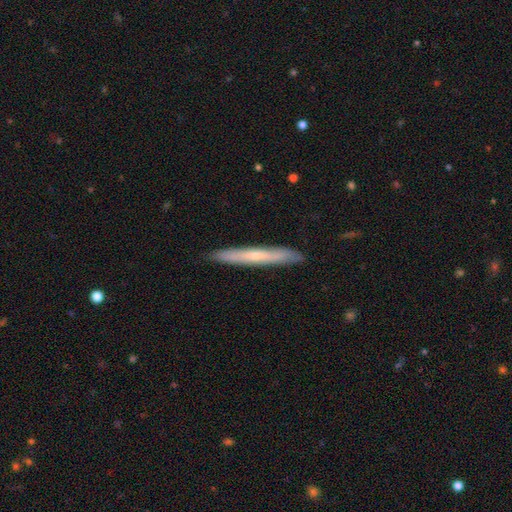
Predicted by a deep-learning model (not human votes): A smooth galaxy with no disk features (48%).

Vote fractions:
- Smooth or featured? smooth: 48% / featured or disk: 46% / star or artifact: 6%
- Merging? none: 90% / minor disturbance: 8% / major disturbance: 1% / merger: 1%